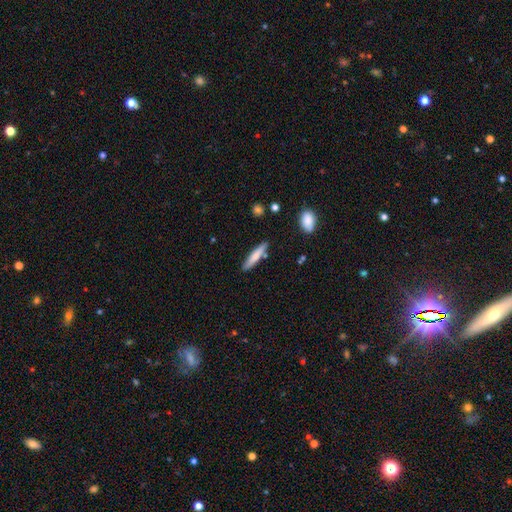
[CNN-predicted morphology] Smooth or featured?
  - smooth: 71% *
  - featured or disk: 23%
  - star or artifact: 6%
How rounded?
  - cigar-shaped: 88% *
  - in between: 11%
  - round: 1%
Merging?
  - none: 84% *
  - minor disturbance: 10%
  - merger: 4%
  - major disturbance: 2%